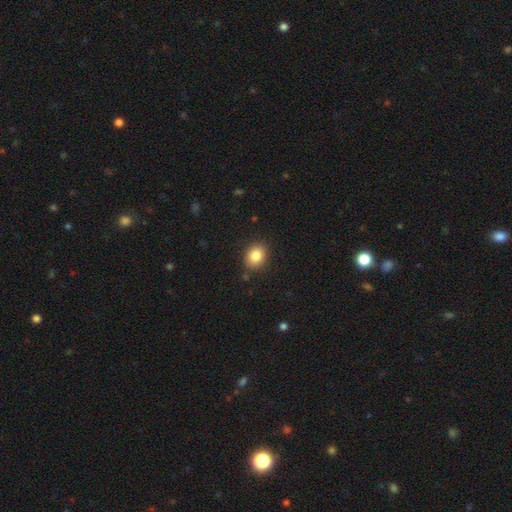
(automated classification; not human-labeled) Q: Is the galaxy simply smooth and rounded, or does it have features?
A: smooth — 84%.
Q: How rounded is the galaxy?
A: round — 53%.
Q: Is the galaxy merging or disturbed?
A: none — 86%.